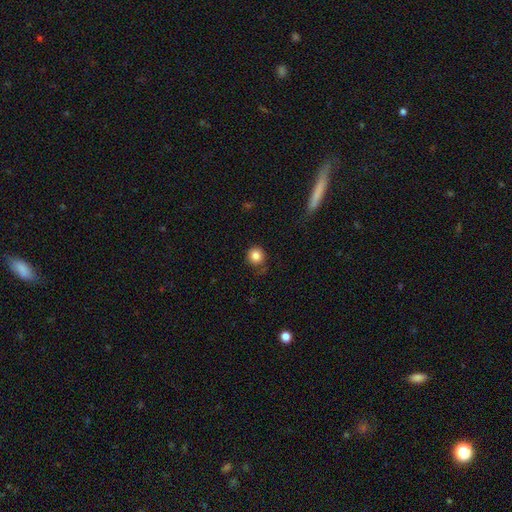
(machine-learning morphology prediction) Smooth or featured: smooth — 84% (star or artifact — 10%)
How rounded: round — 92% (in between — 7%)
Merging: none — 77% (minor disturbance — 16%)